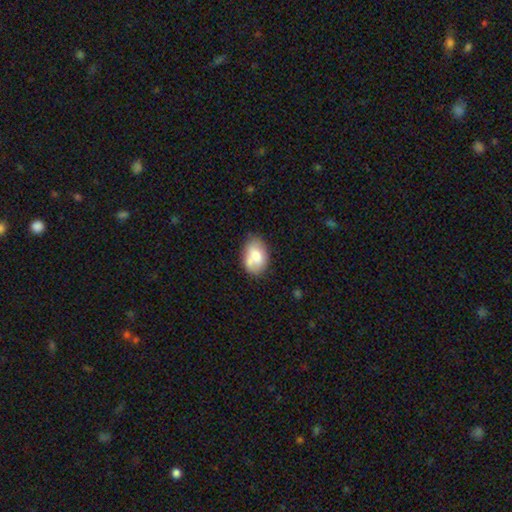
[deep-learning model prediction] smooth 73%, featured or disk 20%, star or artifact 7%. Down the decision tree: how rounded — in between (83%); merging — none (56%).